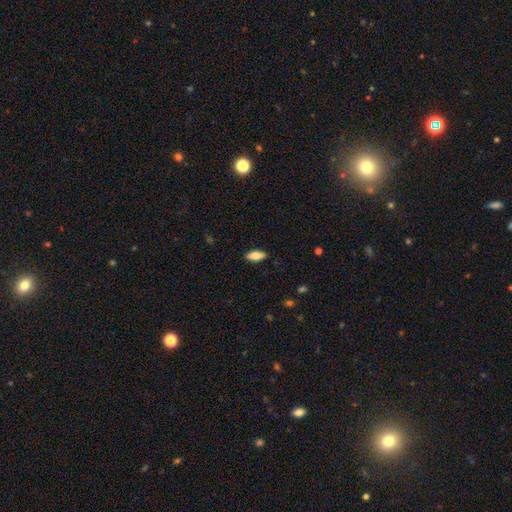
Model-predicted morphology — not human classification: Smooth or featured? smooth (80%)
How rounded? in between (83%)
Merging? none (88%)